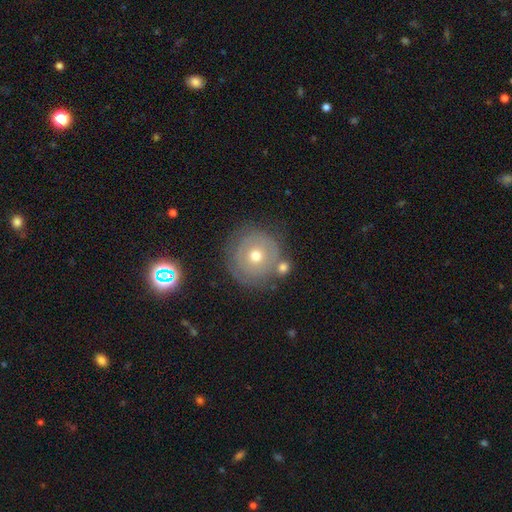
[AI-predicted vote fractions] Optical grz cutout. It shows a featured or disk galaxy (48%). Merging: none (78%).